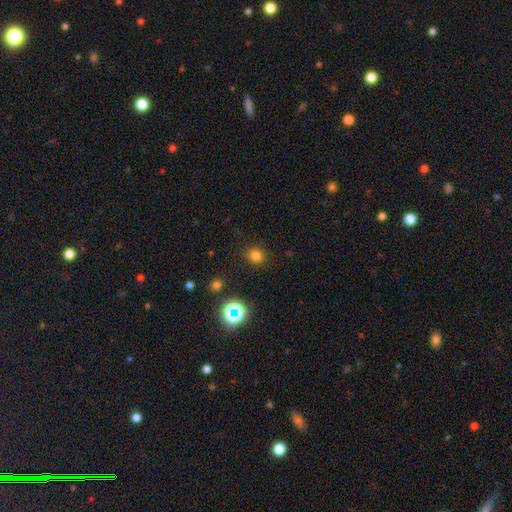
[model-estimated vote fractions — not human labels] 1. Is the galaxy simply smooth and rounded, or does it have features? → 76% smooth, 19% star or artifact, 5% featured or disk.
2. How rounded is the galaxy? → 79% round, 20% in between, 1% cigar-shaped.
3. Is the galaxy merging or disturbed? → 86% none, 9% minor disturbance, 3% major disturbance, 2% merger.